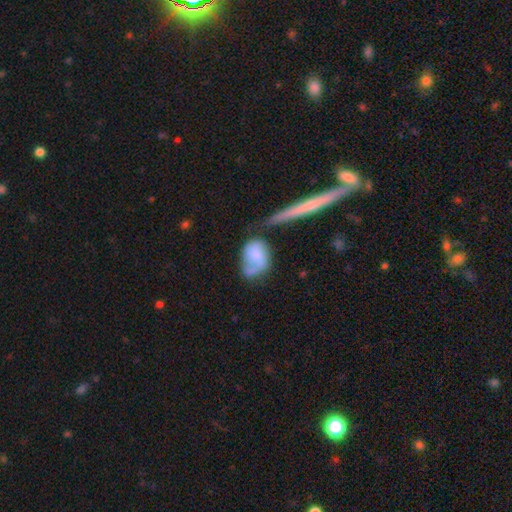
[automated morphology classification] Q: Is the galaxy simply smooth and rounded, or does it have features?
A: smooth — 53%.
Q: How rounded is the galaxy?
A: in between — 71%.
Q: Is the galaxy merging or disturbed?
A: none — 34%.